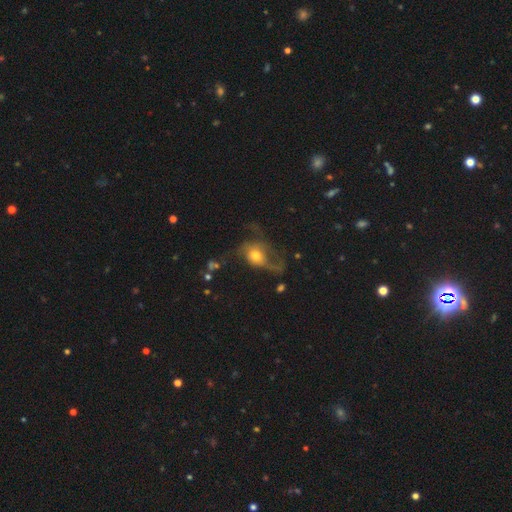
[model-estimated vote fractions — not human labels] Smooth or featured? Predicted: featured or disk (p=0.49). Merging? Predicted: major disturbance (p=0.50).